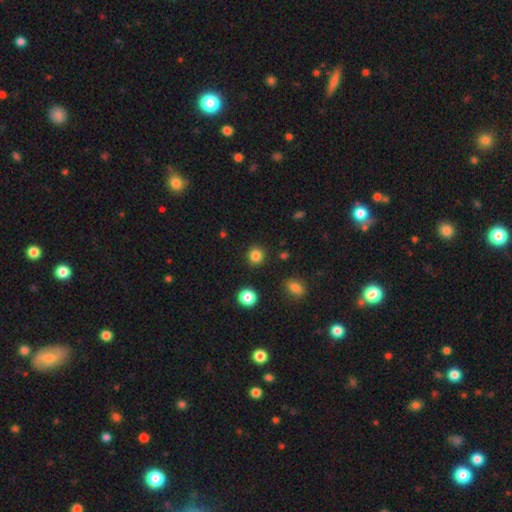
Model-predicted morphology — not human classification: This is clearly a smooth galaxy (84%). How rounded: clearly round (90%). Merging: clearly none (90%).